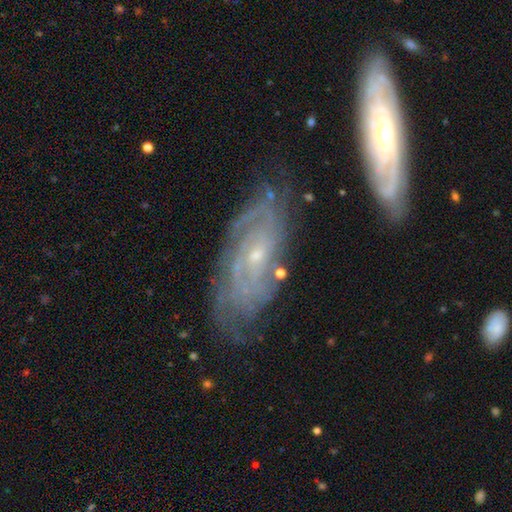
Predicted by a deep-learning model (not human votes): A featured or disk galaxy (83%) with no bar (69%), tight (70%) spiral arms (92%) and a small central bulge (79%). Merging: none (68%).